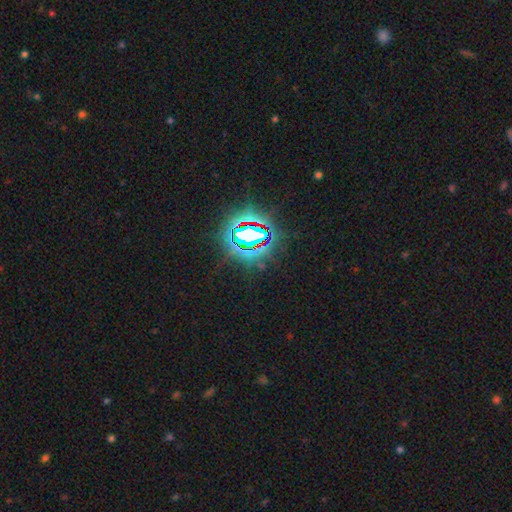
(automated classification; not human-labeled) This appears to be a star or artifact, not a galaxy (83%).